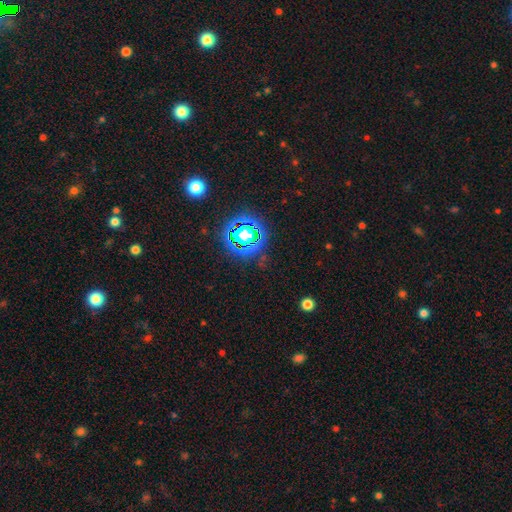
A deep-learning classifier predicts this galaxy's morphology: A star or artifact, not a galaxy (80%).